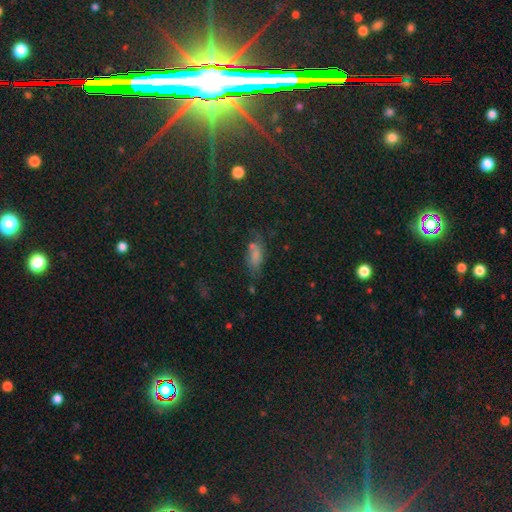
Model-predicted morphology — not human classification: Smooth or featured?
  - smooth: 54% *
  - star or artifact: 31%
  - featured or disk: 15%
How rounded?
  - in between: 71% *
  - cigar-shaped: 21%
  - round: 7%
Merging?
  - none: 56% *
  - minor disturbance: 23%
  - major disturbance: 12%
  - merger: 9%